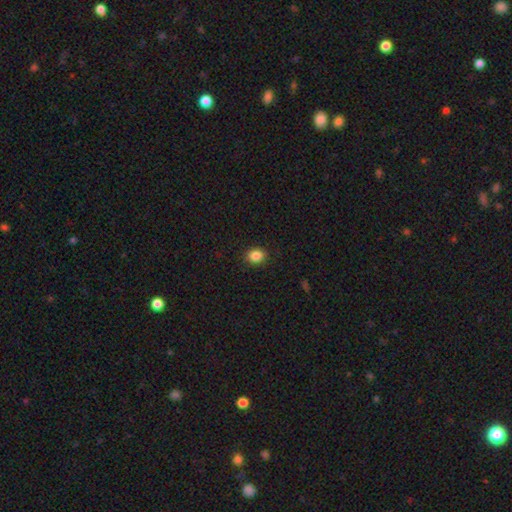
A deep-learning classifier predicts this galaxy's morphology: This is clearly a smooth galaxy (86%). How rounded: possibly round (59%). Merging: clearly none (90%).